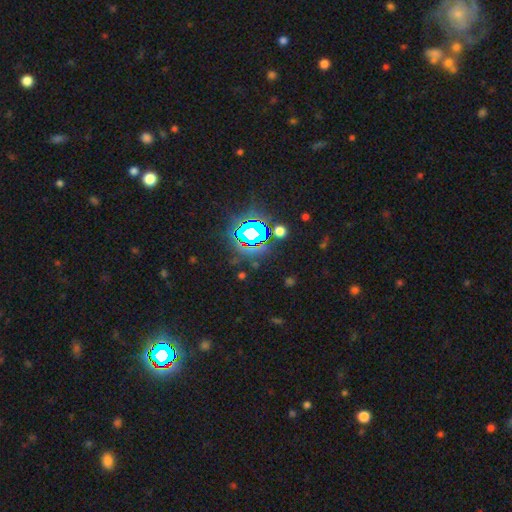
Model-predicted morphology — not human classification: Smooth or featured: star or artifact — 84% (smooth — 9%)